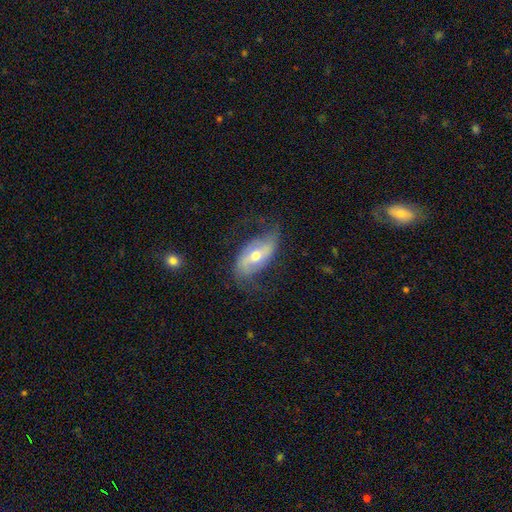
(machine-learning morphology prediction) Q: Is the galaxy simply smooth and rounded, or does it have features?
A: featured or disk — 71%.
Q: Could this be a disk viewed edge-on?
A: no — 90%.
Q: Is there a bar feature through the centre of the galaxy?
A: strong — 38%.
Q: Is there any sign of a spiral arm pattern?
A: yes — 83%.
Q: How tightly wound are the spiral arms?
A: loose — 65%.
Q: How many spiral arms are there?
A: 2 — 86%.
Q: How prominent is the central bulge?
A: moderate — 61%.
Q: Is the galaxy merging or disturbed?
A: none — 63%.